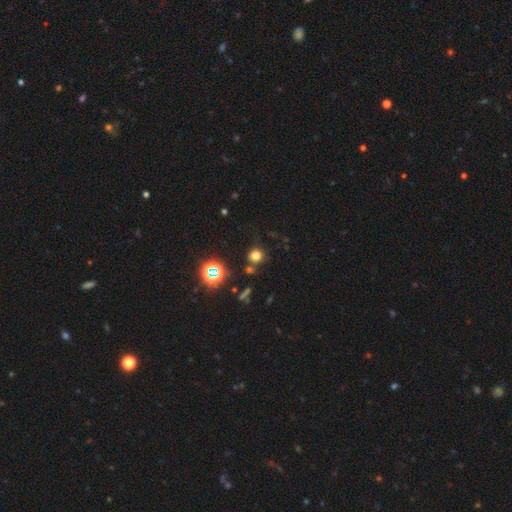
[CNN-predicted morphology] Smooth or featured? smooth (70%)
How rounded? round (90%)
Merging? none (78%)